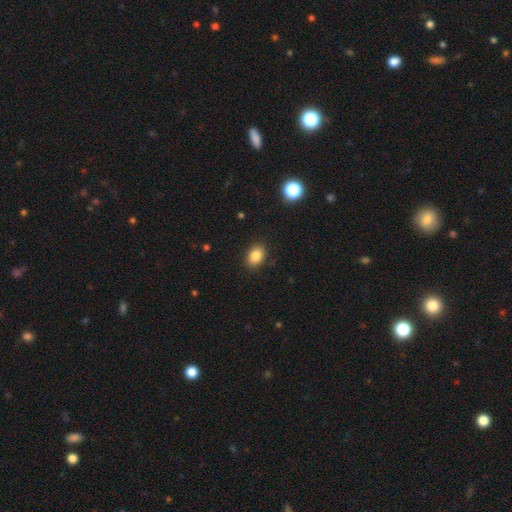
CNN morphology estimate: A smooth galaxy with no disk features (85%) that is in between round and cigar-shaped (77%). Merging: none (88%).